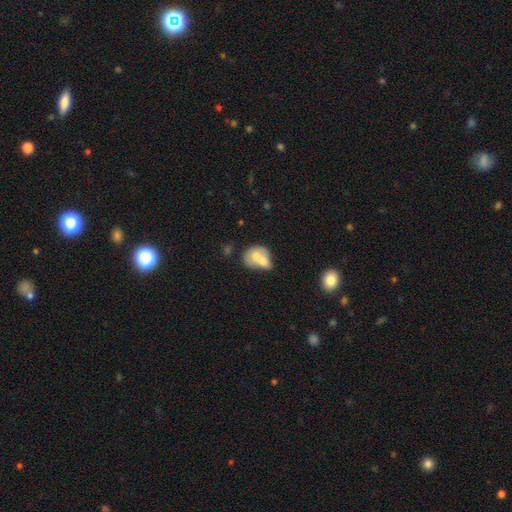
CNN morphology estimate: smooth-or-featured: smooth: 64% | featured or disk: 28% | star or artifact: 8%
  how-rounded: in between: 50% | round: 49% | cigar-shaped: 1%
  merging: merger: 72% | none: 17% | minor disturbance: 7% | major disturbance: 4%